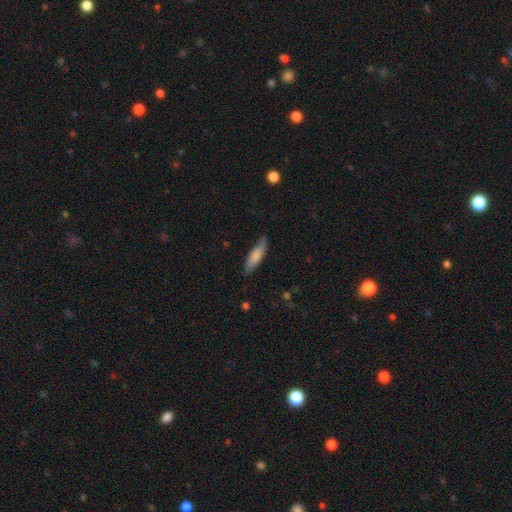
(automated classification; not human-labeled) smooth 77%, featured or disk 18%, star or artifact 5%. Down the decision tree: how rounded — cigar-shaped (64%); merging — none (79%).